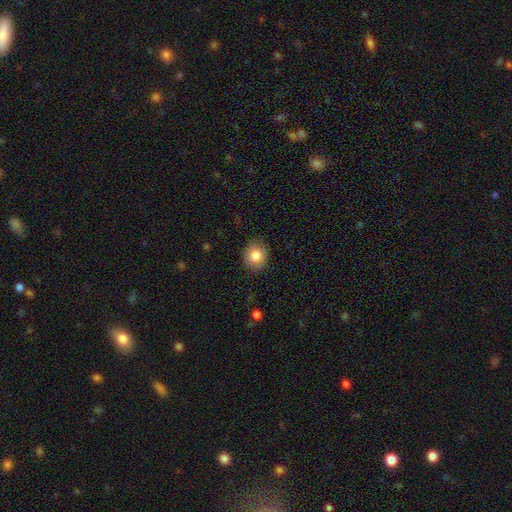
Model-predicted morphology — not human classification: A smooth galaxy with no disk features (82%) that is round (71%). Merging: none (86%).